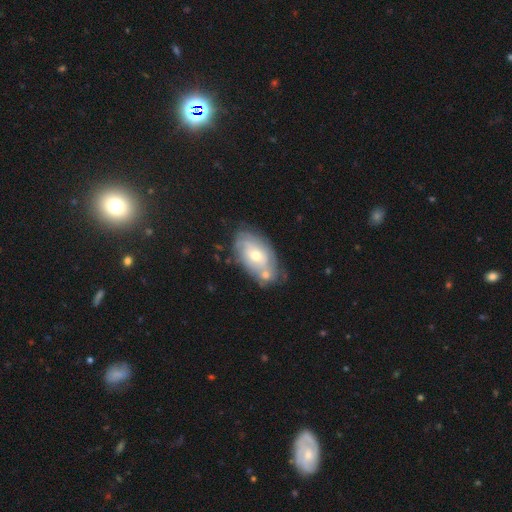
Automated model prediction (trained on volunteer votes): smooth-or-featured: featured or disk: 61% | smooth: 31% | star or artifact: 8%
  disk-edge-on: no: 92% | yes: 8%
    bar: no: 74% | weak: 22% | strong: 4%
    has-spiral-arms: yes: 69% | no: 31%
    bulge-size: moderate: 56% | small: 39% | large: 3% | none: 1% | dominant: 1%
  merging: none: 55% | minor disturbance: 20% | merger: 18% | major disturbance: 6%